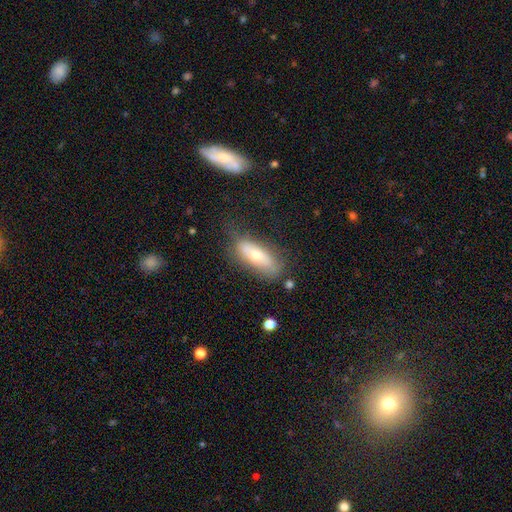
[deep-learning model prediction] smooth-or-featured: smooth: 58% | featured or disk: 34% | star or artifact: 7%
  how-rounded: in between: 67% | cigar-shaped: 30% | round: 3%
  merging: none: 64% | minor disturbance: 23% | major disturbance: 9% | merger: 4%